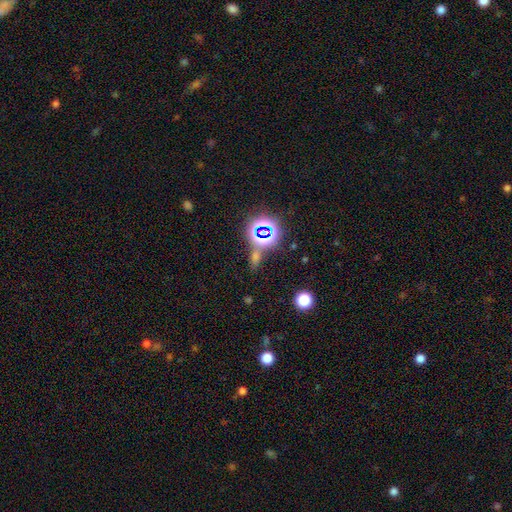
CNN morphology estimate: The model was most divided on "smooth or featured": star or artifact: 53%, smooth: 36%, featured or disk: 11%.